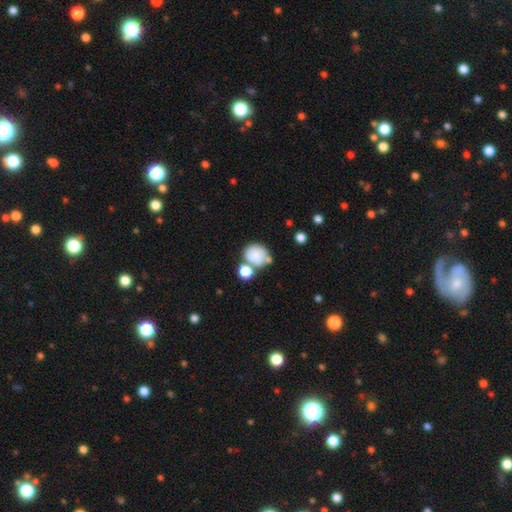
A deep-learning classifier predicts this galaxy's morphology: Q: Smooth or featured?
A: smooth (80%); runner-up: featured or disk (11%)
Q: How rounded?
A: round (76%); runner-up: in between (23%)
Q: Merging?
A: none (49%); runner-up: merger (30%)